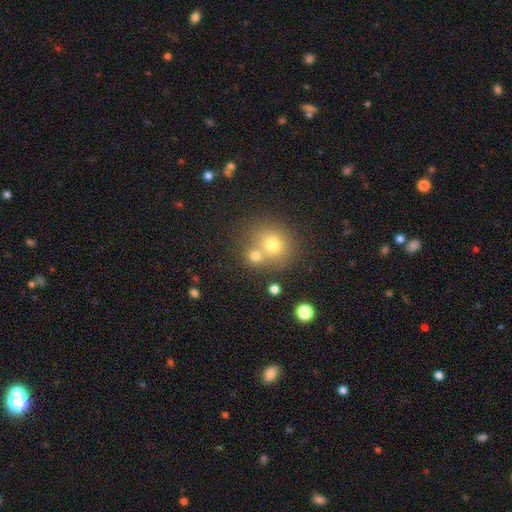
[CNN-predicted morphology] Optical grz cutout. It shows a smooth galaxy with no disk features (72%) that is round (84%). Merging: none (49%).